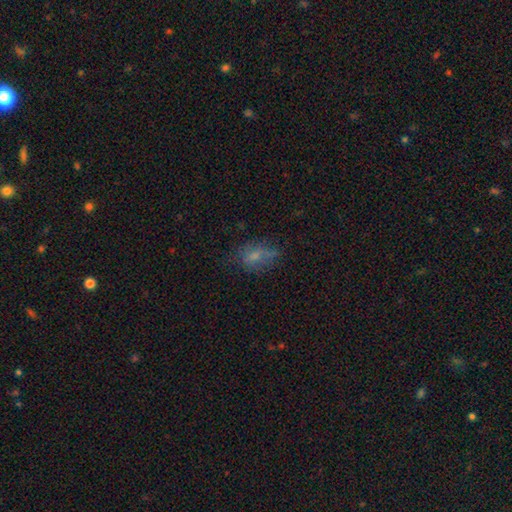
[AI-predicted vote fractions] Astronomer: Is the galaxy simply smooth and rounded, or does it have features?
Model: smooth — 57%.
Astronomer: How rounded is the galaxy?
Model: in between — 74%.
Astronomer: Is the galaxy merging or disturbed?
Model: none — 55%.